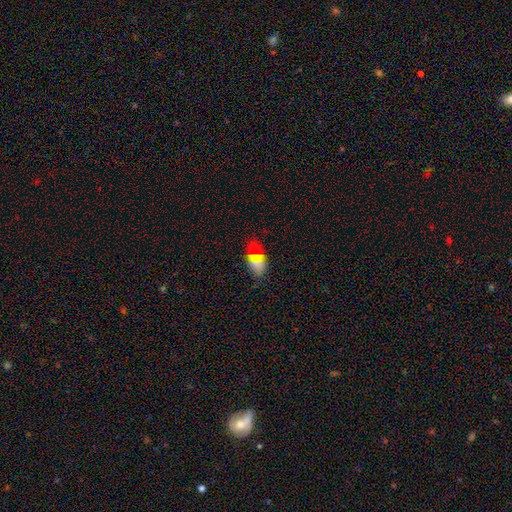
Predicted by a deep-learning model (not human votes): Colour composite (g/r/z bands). It shows a smooth galaxy with no disk features (68%) that is in between round and cigar-shaped (88%). Merging: none (84%).